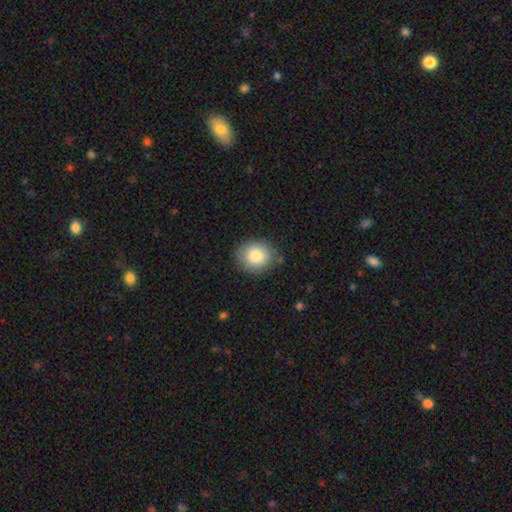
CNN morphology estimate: This appears to be a smooth galaxy with no disk features (83%) that is round (81%). Merging: none (84%).